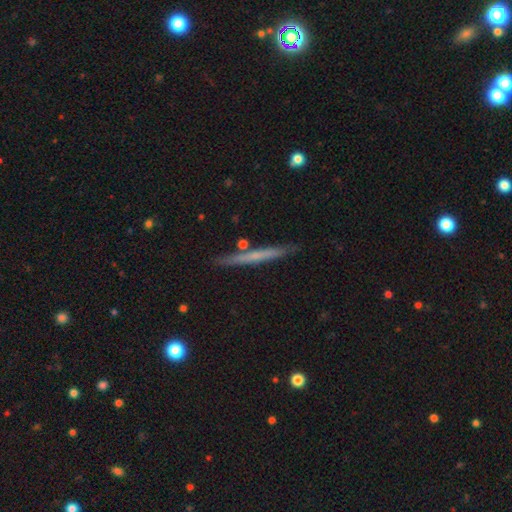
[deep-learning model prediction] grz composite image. It shows a featured or disk galaxy (48%). Merging: none (87%).